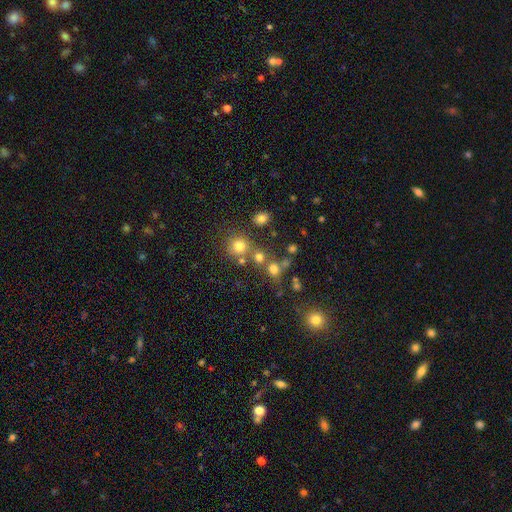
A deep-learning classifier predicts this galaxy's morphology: Q: Smooth or featured?
A: smooth (48%); runner-up: star or artifact (42%)
Q: Merging?
A: none (61%); runner-up: merger (26%)